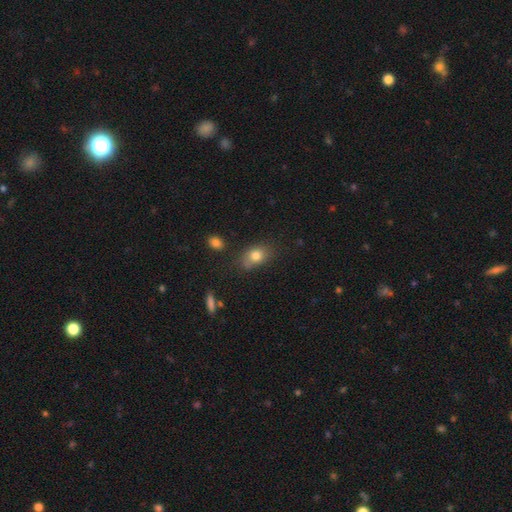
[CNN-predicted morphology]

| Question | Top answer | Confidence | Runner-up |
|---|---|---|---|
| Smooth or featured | smooth | 79% | featured or disk (11%) |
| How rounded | in between | 75% | round (23%) |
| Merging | none | 63% | minor disturbance (25%) |